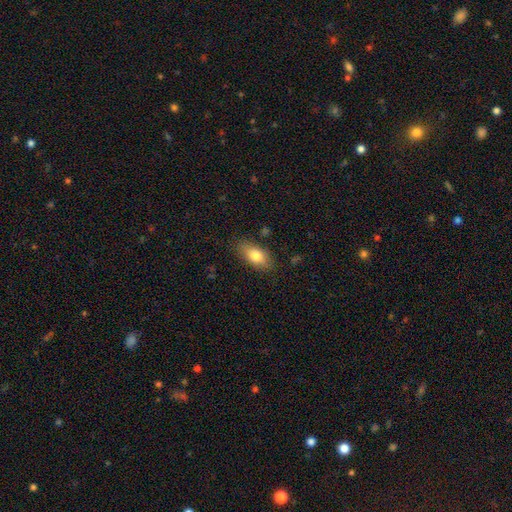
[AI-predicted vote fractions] The model was most divided on "smooth or featured": smooth: 79%, featured or disk: 14%, star or artifact: 7%. More confident: how rounded — in between (85%); merging — none (82%).